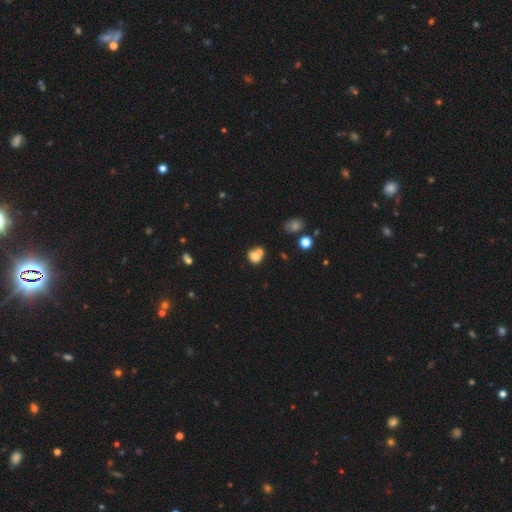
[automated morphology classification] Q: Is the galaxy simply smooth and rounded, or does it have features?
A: smooth — 74%.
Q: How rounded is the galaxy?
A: round — 63%.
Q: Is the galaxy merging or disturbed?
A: merger — 44%.